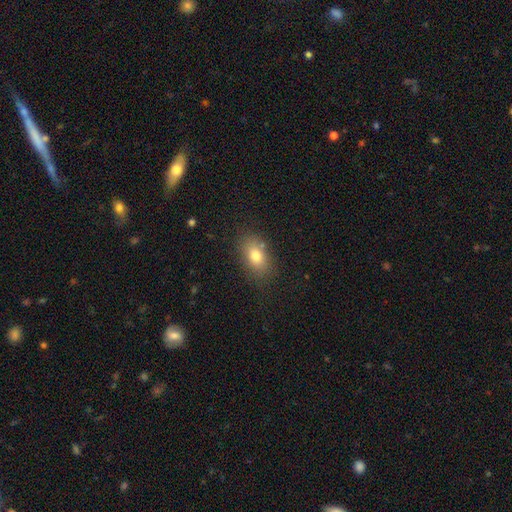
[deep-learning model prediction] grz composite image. It shows a smooth galaxy with no disk features (78%) that is in between round and cigar-shaped (84%). Merging: none (80%).